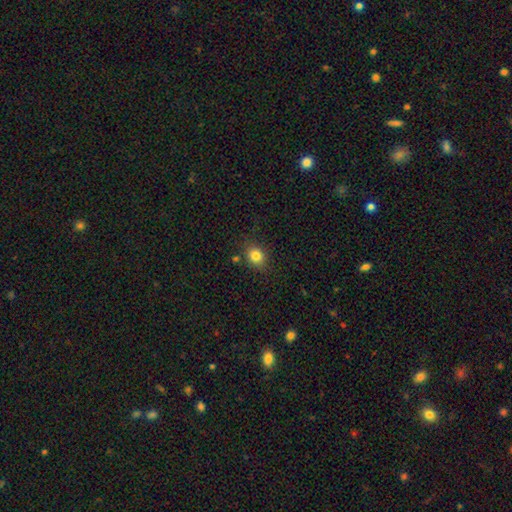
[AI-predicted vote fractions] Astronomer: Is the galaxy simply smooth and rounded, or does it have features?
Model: smooth — 82%.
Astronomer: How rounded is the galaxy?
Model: round — 62% (runner-up: in between, 37%).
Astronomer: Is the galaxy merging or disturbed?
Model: none — 80%.